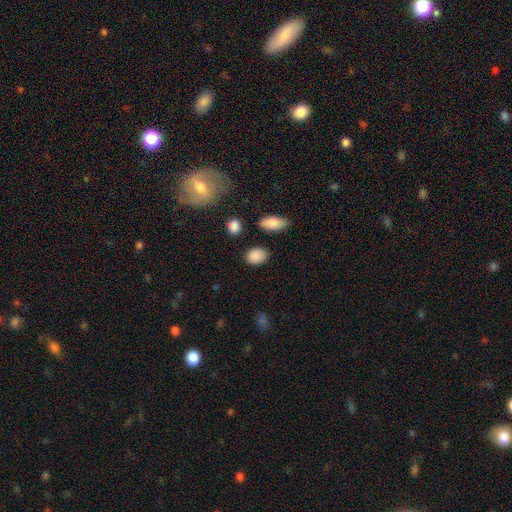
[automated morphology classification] smooth_or_featured: smooth (p=0.89) [alt: star or artifact p=0.08]
how_rounded: in between (p=0.74) [alt: round p=0.24]
merging: none (p=0.84) [alt: minor disturbance p=0.10]